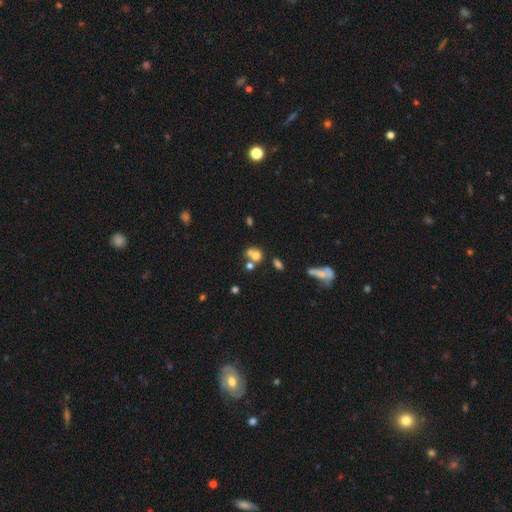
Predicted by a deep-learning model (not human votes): smooth 64%, featured or disk 20%, star or artifact 16%. Down the decision tree: how rounded — round (64%); merging — merger (53%).